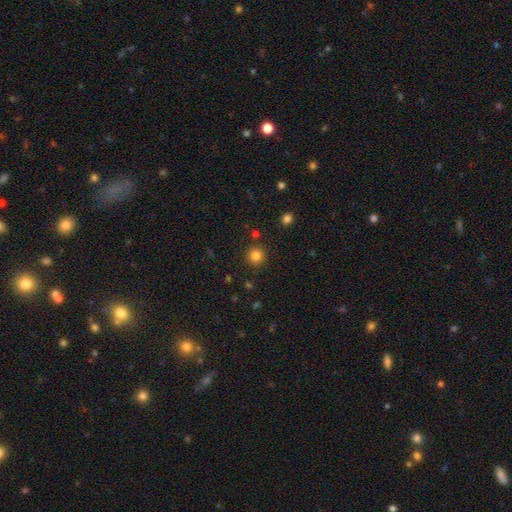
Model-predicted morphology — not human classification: Smooth or featured?
  - smooth: 82% *
  - star or artifact: 13%
  - featured or disk: 5%
How rounded?
  - round: 93% *
  - in between: 6%
  - cigar-shaped: 1%
Merging?
  - none: 87% *
  - minor disturbance: 7%
  - merger: 4%
  - major disturbance: 2%